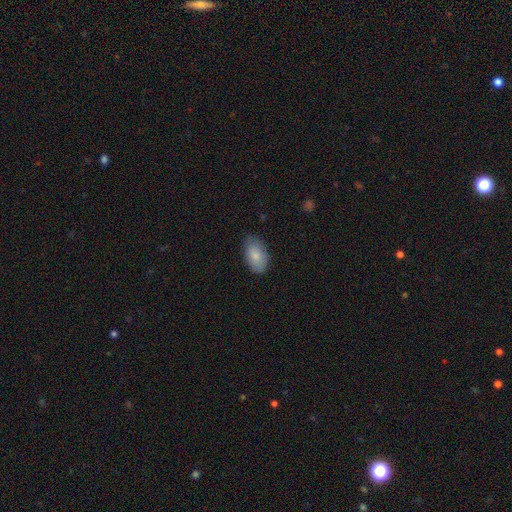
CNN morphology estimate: smooth_or_featured: smooth (p=0.84) [alt: featured or disk p=0.10]
how_rounded: in between (p=0.93) [alt: round p=0.05]
merging: none (p=0.77) [alt: minor disturbance p=0.19]